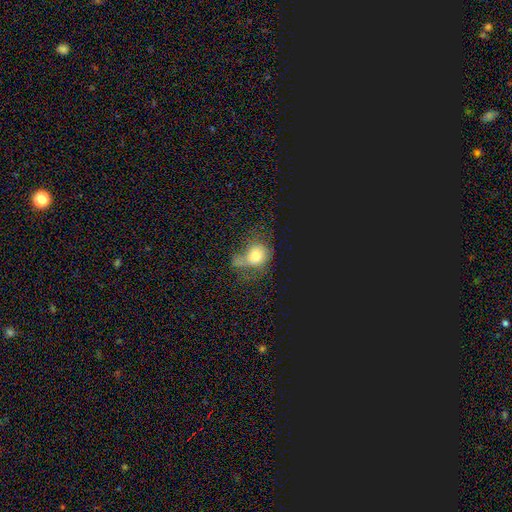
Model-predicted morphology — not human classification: Smooth or featured?
  - smooth: 64% *
  - star or artifact: 18%
  - featured or disk: 18%
How rounded?
  - round: 60% *
  - in between: 38%
  - cigar-shaped: 2%
Merging?
  - major disturbance: 31% *
  - none: 29%
  - minor disturbance: 21%
  - merger: 19%